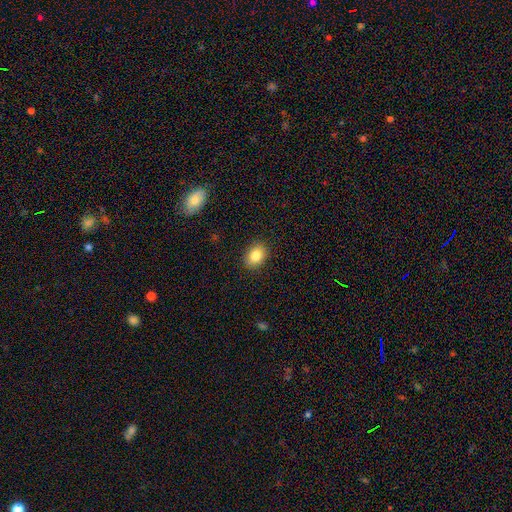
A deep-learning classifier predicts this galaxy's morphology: Smooth or featured?
  - smooth: 84% *
  - star or artifact: 9%
  - featured or disk: 7%
How rounded?
  - in between: 68% *
  - round: 30%
  - cigar-shaped: 1%
Merging?
  - none: 88% *
  - minor disturbance: 8%
  - major disturbance: 2%
  - merger: 1%